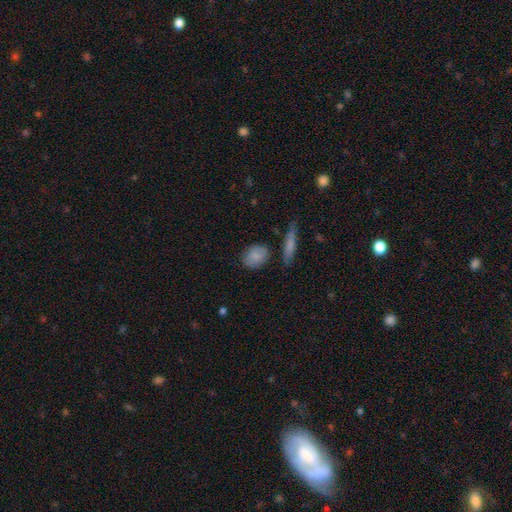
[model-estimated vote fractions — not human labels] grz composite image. It shows a smooth galaxy with no disk features (83%) that is in between round and cigar-shaped (63%). Merging: none (78%).